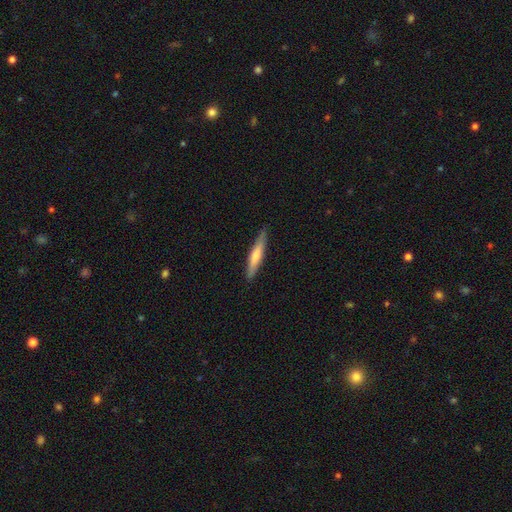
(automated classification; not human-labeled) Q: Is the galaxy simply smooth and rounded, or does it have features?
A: smooth — 53%.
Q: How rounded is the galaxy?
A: cigar-shaped — 92%.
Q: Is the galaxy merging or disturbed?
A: none — 87%.